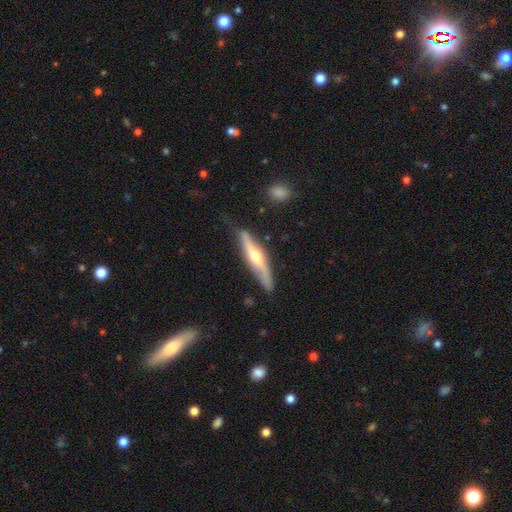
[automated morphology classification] Overall: featured or disk (65%; smooth 30%). Edge-on disk: yes (81%). Edge-on bulge: rounded (87%). Merging: none (70%).